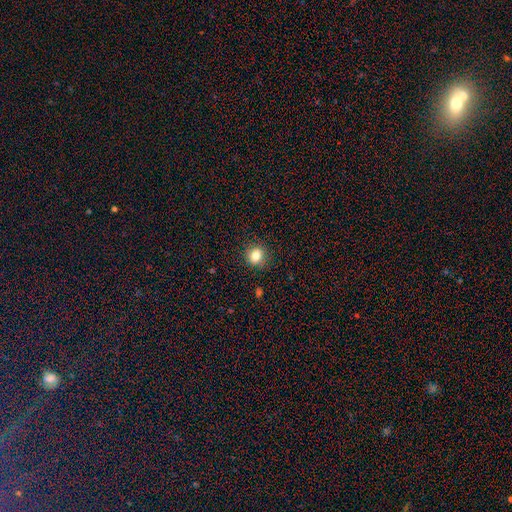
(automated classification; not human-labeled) The model was most divided on "how rounded": round: 84%, in between: 16%, cigar-shaped: 1%. More confident: merging — none (89%); smooth or featured — smooth (81%).